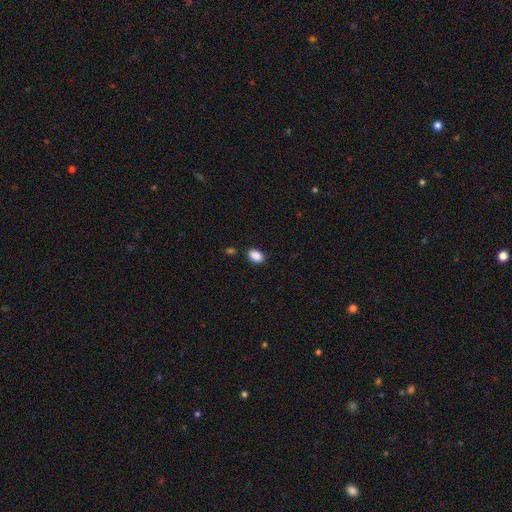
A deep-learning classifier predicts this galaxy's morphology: A smooth galaxy with no disk features (89%) that is in between round and cigar-shaped (83%). Merging: none (84%).